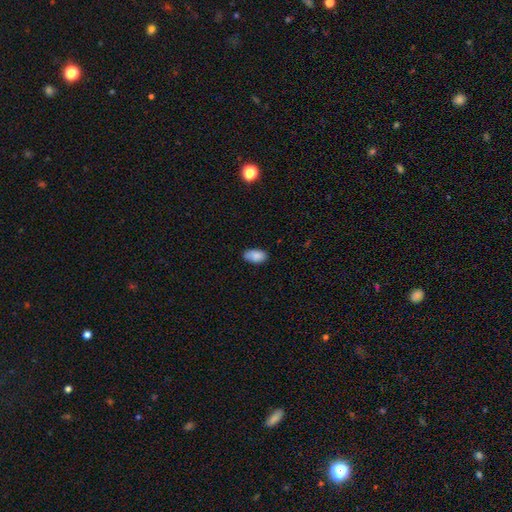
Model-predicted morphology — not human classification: type=smooth (86%); roundness=in between (93%); merging=none (75%).